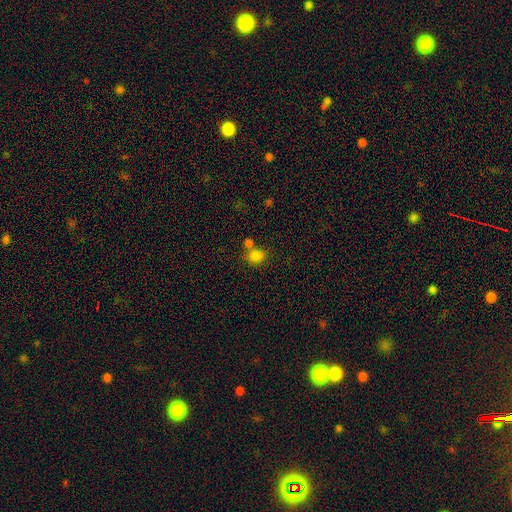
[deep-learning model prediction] Morphology: type=smooth (82%); roundness=round (55%); merging=none (55%).